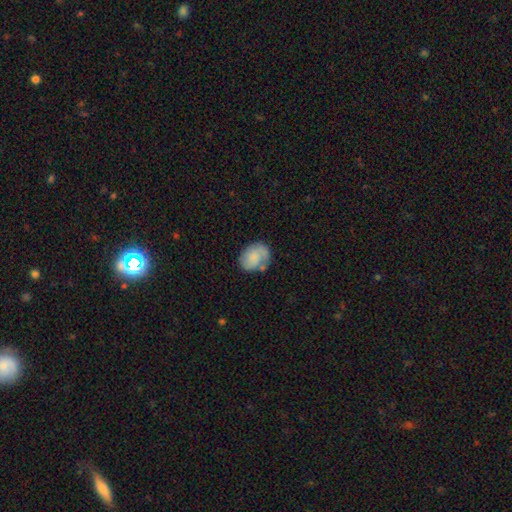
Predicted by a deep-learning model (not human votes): A smooth galaxy with no disk features (71%) that is in between round and cigar-shaped (56%).

Vote fractions:
- Smooth or featured? smooth: 71% / featured or disk: 22% / star or artifact: 7%
- How rounded? in between: 56% / round: 43% / cigar-shaped: 1%
- Merging? none: 59% / minor disturbance: 25% / major disturbance: 8% / merger: 8%